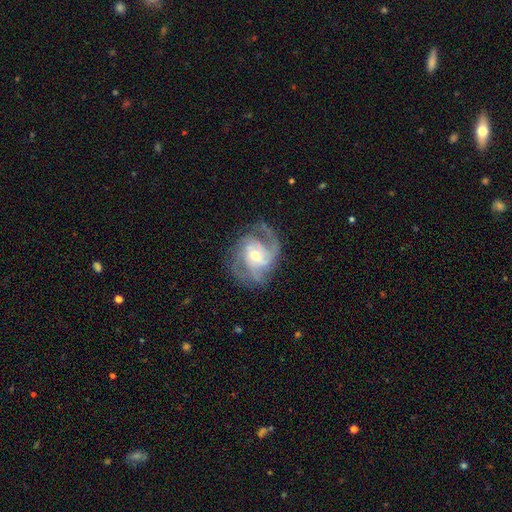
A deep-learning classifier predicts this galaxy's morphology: A featured or disk galaxy (90%) with no bar (44%), 3 (39%) medium (47%) spiral arms (97%) and a moderate central bulge (49%).

Vote fractions:
- Smooth or featured? featured or disk: 90% / smooth: 5% / star or artifact: 5%
- Edge-on disk? no: 98% / yes: 2%
- Bar? no: 44% / weak: 42% / strong: 14%
- Spiral arms? yes: 97% / no: 3%
- Spiral winding? medium: 47% / tight: 40% / loose: 13%
- Spiral arm count? 3: 39% / 2: 22% / can't tell: 14% / 4: 13% / 1: 6% / more than 4: 6%
- Bulge size? moderate: 49% / small: 46% / large: 3% / none: 1% / dominant: 1%
- Merging? none: 71% / minor disturbance: 17% / major disturbance: 10% / merger: 1%